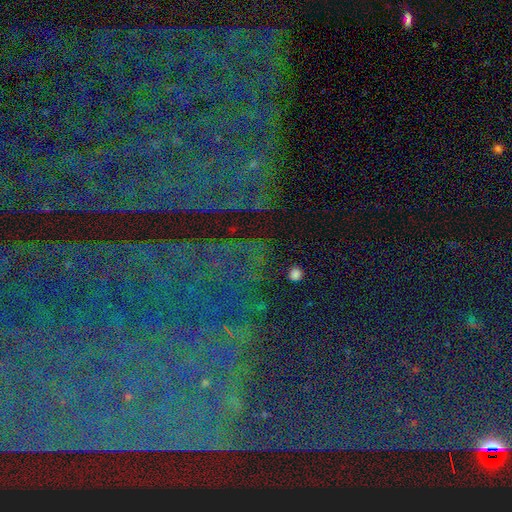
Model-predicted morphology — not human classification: A star or artifact, not a galaxy (80%).